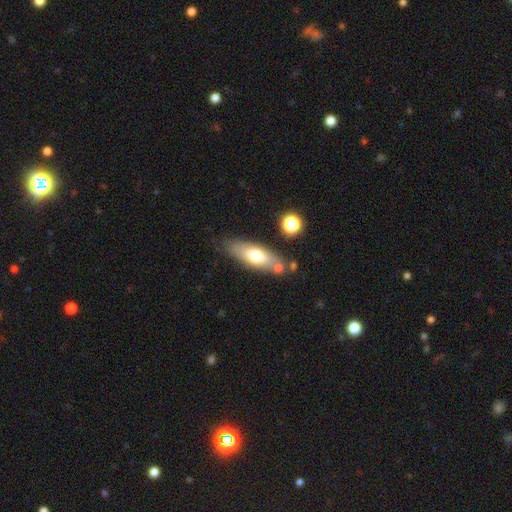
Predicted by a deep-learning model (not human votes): Smooth or featured? smooth (65%)
How rounded? in between (62%)
Merging? none (72%)